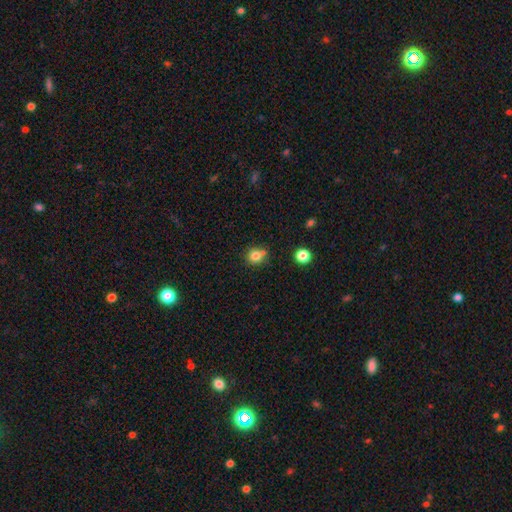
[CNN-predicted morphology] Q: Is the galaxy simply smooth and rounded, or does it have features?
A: smooth — 80%.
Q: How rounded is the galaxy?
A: round — 86%.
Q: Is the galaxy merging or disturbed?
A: none — 67%.